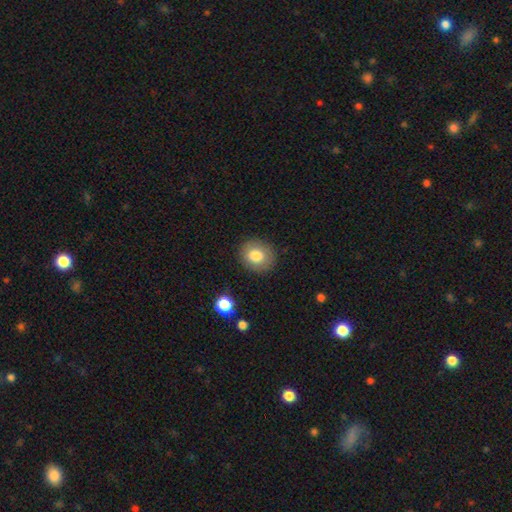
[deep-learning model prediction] Q: Smooth or featured?
A: smooth (79%); runner-up: featured or disk (11%)
Q: How rounded?
A: round (73%); runner-up: in between (26%)
Q: Merging?
A: none (87%); runner-up: minor disturbance (9%)